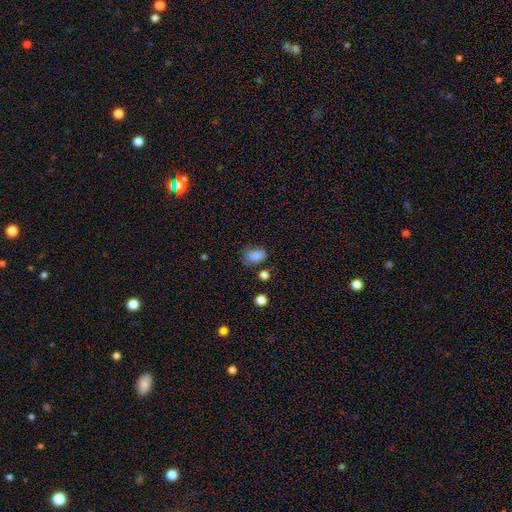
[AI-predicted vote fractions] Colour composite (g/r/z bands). It shows a smooth galaxy with no disk features (84%) that is in between round and cigar-shaped (82%). Merging: none (62%).